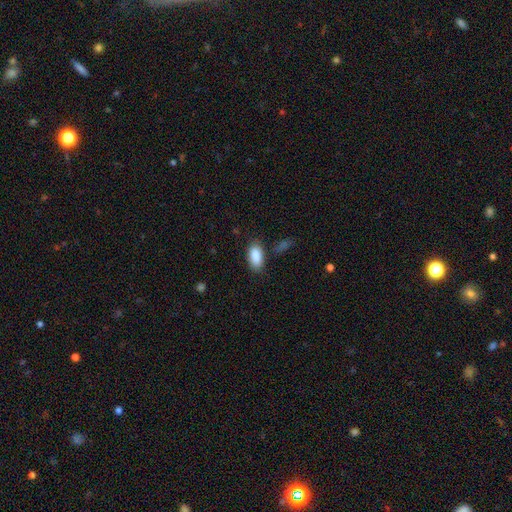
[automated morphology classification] Smooth or featured? smooth (89%)
How rounded? in between (92%)
Merging? none (79%)